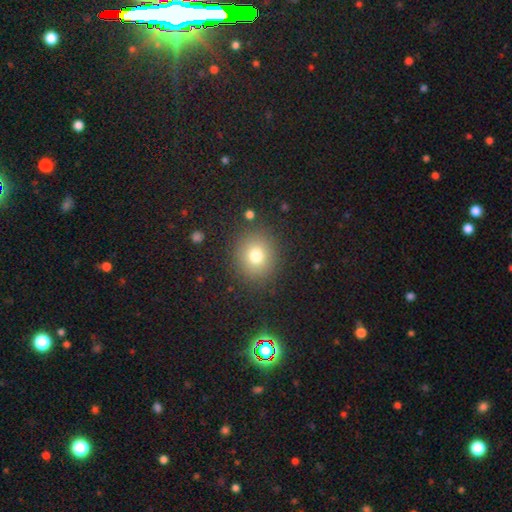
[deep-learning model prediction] This appears to be a smooth galaxy with no disk features (76%) that is round (82%). Merging: none (87%).